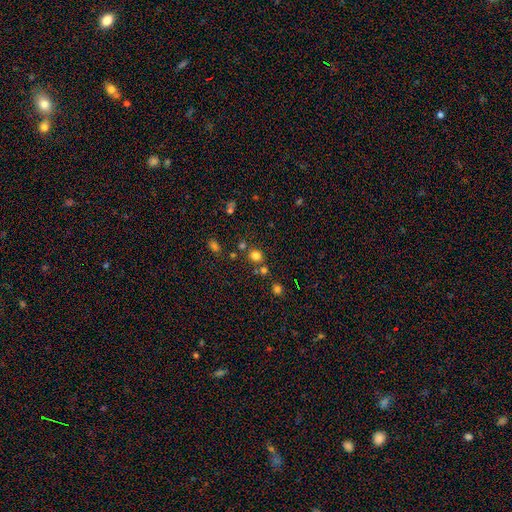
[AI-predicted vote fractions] Smooth or featured: smooth — 76% (star or artifact — 18%)
How rounded: round — 81% (in between — 18%)
Merging: none — 72% (merger — 16%)